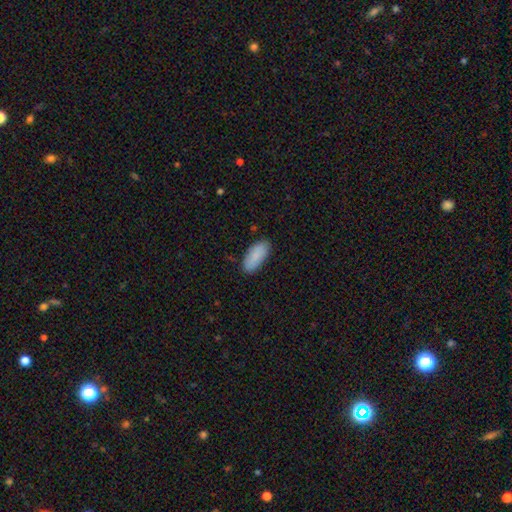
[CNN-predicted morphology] Smooth or featured?
  - smooth: 89% *
  - star or artifact: 6%
  - featured or disk: 6%
How rounded?
  - in between: 85% *
  - cigar-shaped: 13%
  - round: 2%
Merging?
  - none: 85% *
  - minor disturbance: 12%
  - major disturbance: 2%
  - merger: 1%